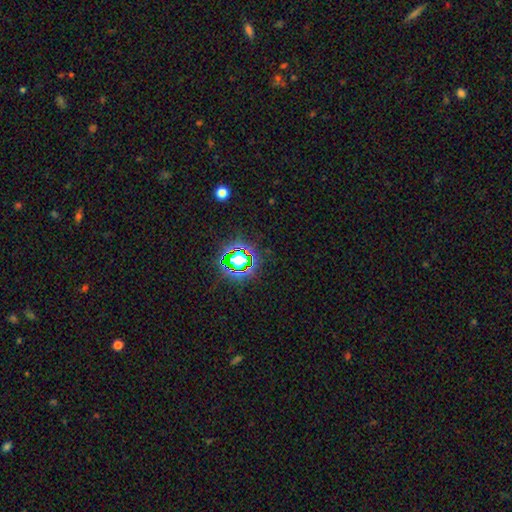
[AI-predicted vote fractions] Morphology: type=star or artifact (77%).